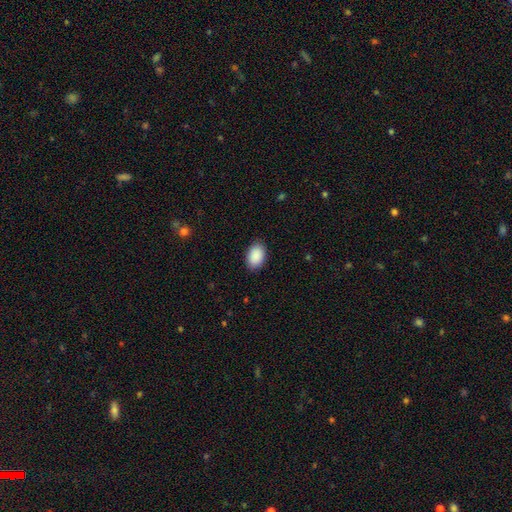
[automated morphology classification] Smooth or featured: smooth — 91% (star or artifact — 6%)
How rounded: in between — 91% (round — 8%)
Merging: none — 88% (minor disturbance — 9%)